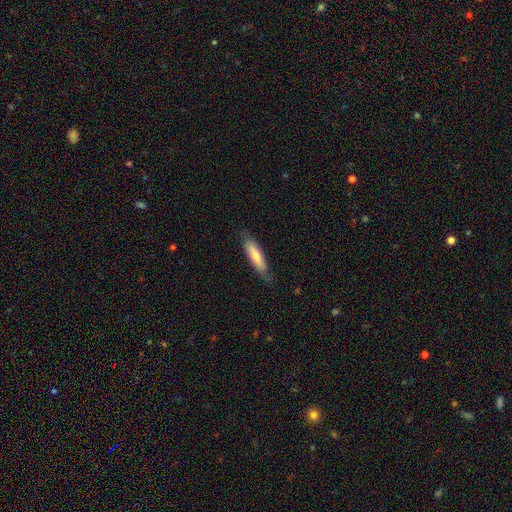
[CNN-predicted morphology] smooth 69%, featured or disk 26%, star or artifact 5%. Down the decision tree: how rounded — cigar-shaped (69%); merging — none (75%).